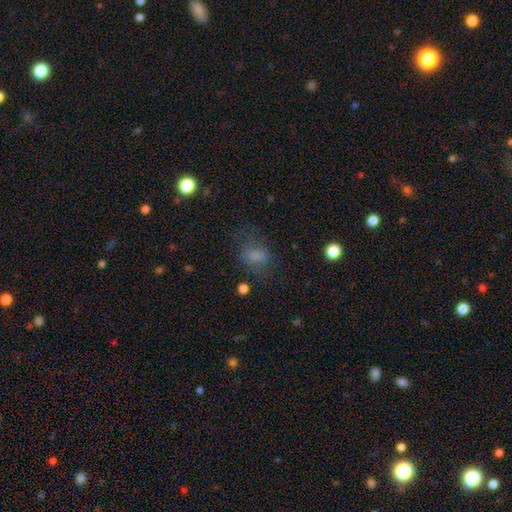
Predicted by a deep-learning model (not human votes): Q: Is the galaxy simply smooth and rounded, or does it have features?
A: smooth — 68%.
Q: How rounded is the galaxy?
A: in between — 69%.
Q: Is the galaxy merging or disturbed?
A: none — 56%.